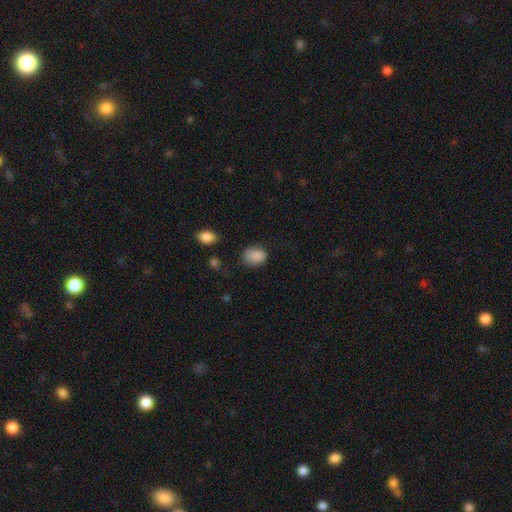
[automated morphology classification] Smooth or featured? smooth (86%)
How rounded? in between (55%)
Merging? none (65%)